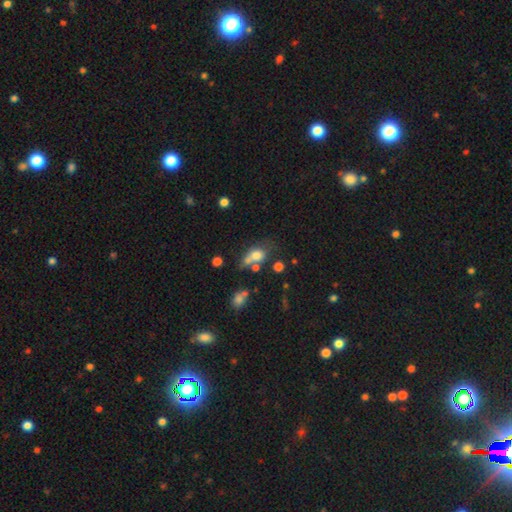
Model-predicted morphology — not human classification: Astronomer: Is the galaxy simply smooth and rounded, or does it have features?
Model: smooth — 71%.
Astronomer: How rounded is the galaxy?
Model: in between — 64%.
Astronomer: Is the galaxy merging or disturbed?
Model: none — 34%, tied with merger at 34%.